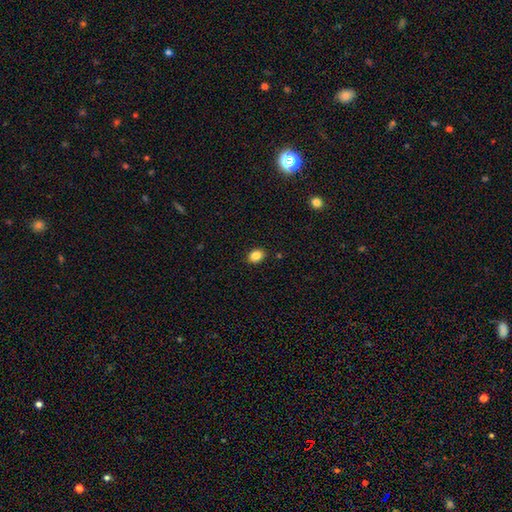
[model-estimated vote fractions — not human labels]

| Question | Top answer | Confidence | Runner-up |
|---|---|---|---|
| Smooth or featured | smooth | 86% | star or artifact (10%) |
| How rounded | in between | 60% | round (39%) |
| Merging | none | 89% | minor disturbance (8%) |